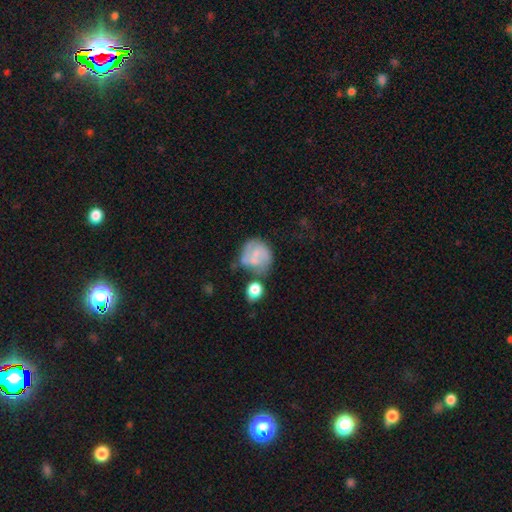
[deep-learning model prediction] Overall: smooth (50%; featured or disk 42%). Merging: none (36%; minor disturbance 24%).